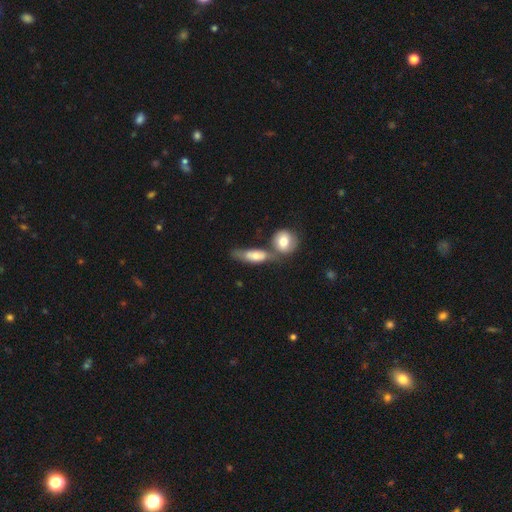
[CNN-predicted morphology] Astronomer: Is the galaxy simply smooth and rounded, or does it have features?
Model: smooth — 66%.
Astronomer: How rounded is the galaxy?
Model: in between — 57% (runner-up: cigar-shaped, 33%).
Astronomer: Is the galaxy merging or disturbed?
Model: merger — 42% (runner-up: none, 35%).